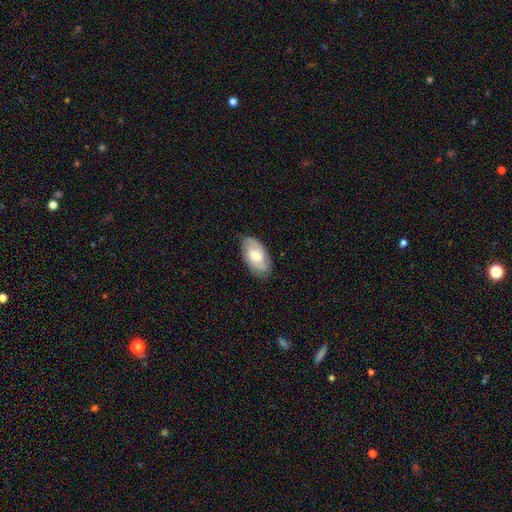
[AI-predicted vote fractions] A smooth galaxy with no disk features (56%) that is in between round and cigar-shaped (94%).

Vote fractions:
- Smooth or featured? smooth: 56% / featured or disk: 38% / star or artifact: 6%
- How rounded? in between: 94% / round: 4% / cigar-shaped: 2%
- Merging? none: 81% / minor disturbance: 15% / major disturbance: 3% / merger: 1%